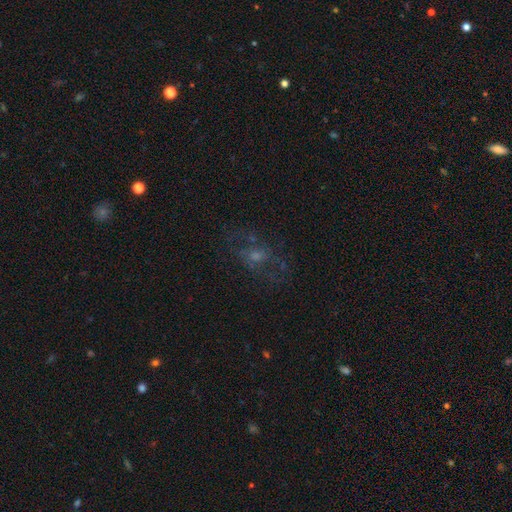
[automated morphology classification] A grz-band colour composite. It shows a featured or disk galaxy (48%). Merging: none (55%).